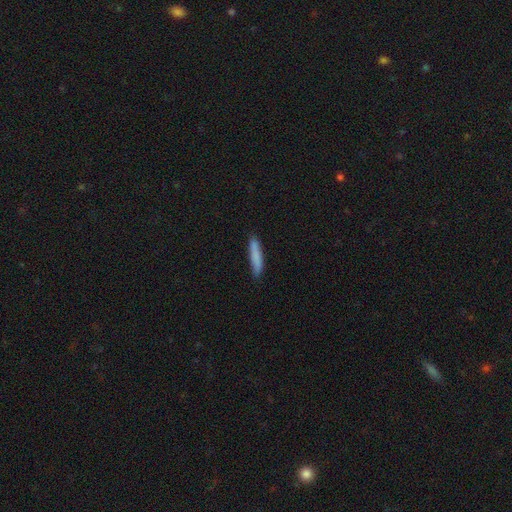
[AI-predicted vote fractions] This is clearly a smooth galaxy (82%). How rounded: clearly cigar-shaped (90%). Merging: clearly none (85%).